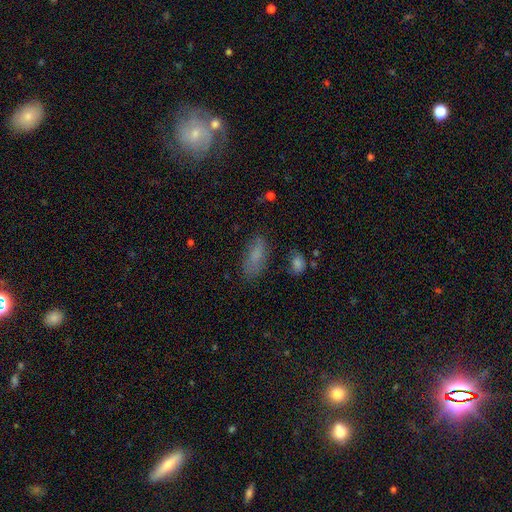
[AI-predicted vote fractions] smooth_or_featured: smooth (p=0.73) [alt: featured or disk p=0.15]
how_rounded: in between (p=0.83) [alt: cigar-shaped p=0.14]
merging: none (p=0.71) [alt: minor disturbance p=0.19]